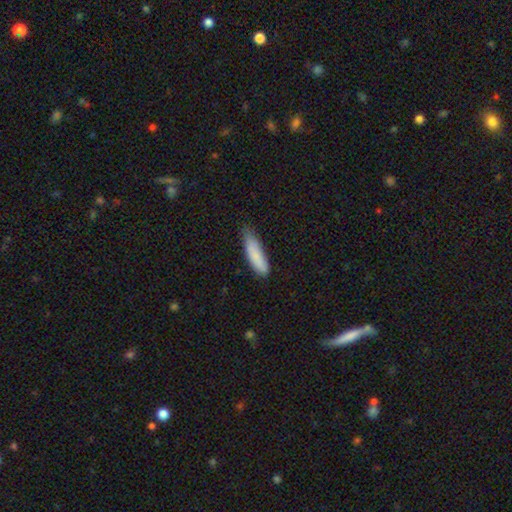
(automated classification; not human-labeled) smooth_or_featured: smooth (p=0.84) [alt: featured or disk p=0.10]
how_rounded: cigar-shaped (p=0.64) [alt: in between p=0.34]
merging: none (p=0.59) [alt: minor disturbance p=0.34]